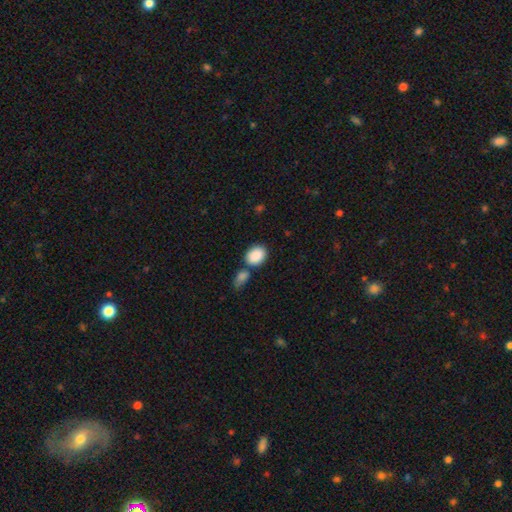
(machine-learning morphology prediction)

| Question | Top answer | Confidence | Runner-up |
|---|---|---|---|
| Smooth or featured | smooth | 89% | star or artifact (7%) |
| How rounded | in between | 68% | round (31%) |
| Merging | none | 57% | merger (26%) |